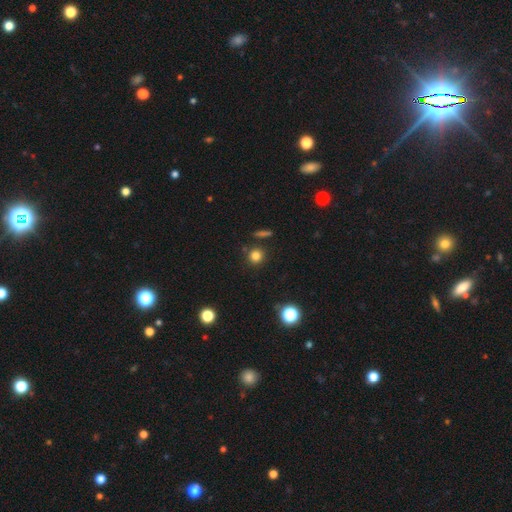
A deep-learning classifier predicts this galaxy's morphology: smooth 79%, star or artifact 15%, featured or disk 6%. Down the decision tree: how rounded — round (92%); merging — none (85%).